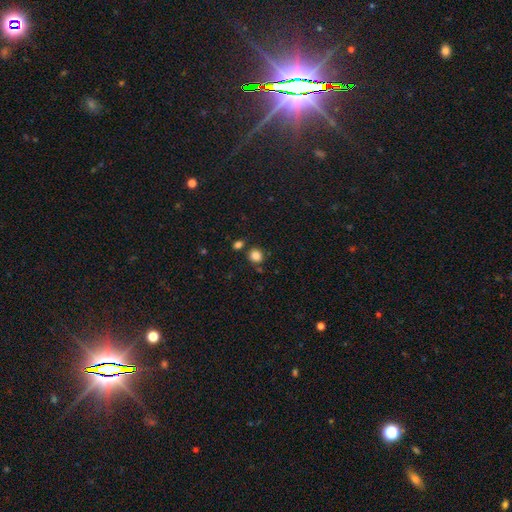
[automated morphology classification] This appears to be a smooth galaxy with no disk features (83%) that is round (84%). Merging: none (80%).